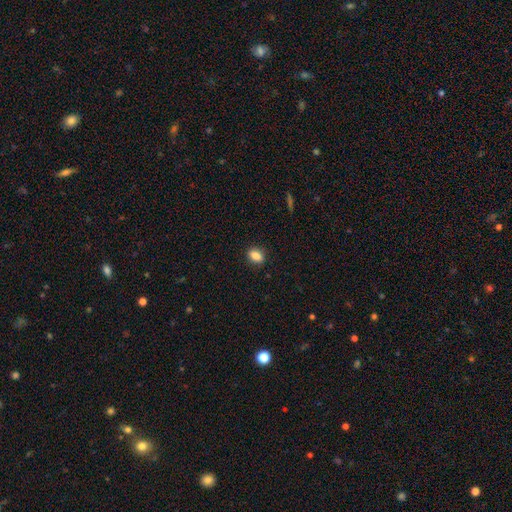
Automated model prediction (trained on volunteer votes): smooth-or-featured: smooth: 86% | star or artifact: 9% | featured or disk: 6%
  how-rounded: in between: 75% | round: 23% | cigar-shaped: 3%
  merging: none: 88% | minor disturbance: 9% | major disturbance: 2% | merger: 1%